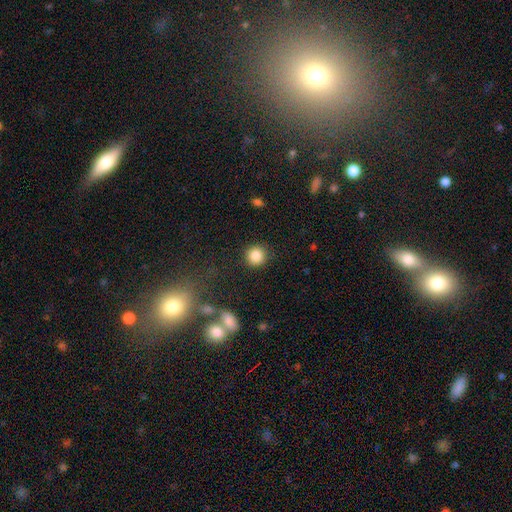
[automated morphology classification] Smooth or featured?
  - smooth: 85% *
  - star or artifact: 10%
  - featured or disk: 5%
How rounded?
  - round: 93% *
  - in between: 6%
  - cigar-shaped: 1%
Merging?
  - none: 90% *
  - minor disturbance: 6%
  - major disturbance: 2%
  - merger: 1%